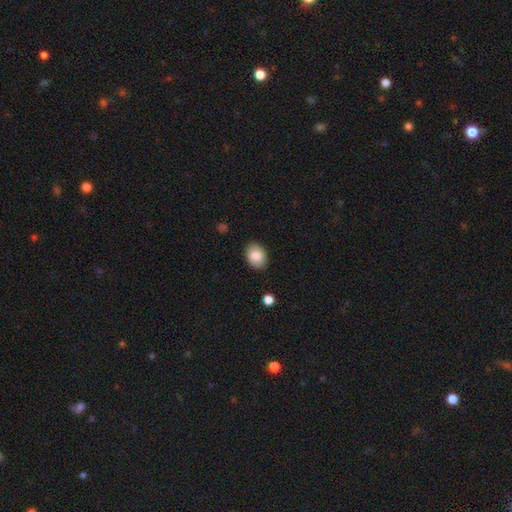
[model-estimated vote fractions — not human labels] This appears to be a smooth galaxy with no disk features (85%) that is in between round and cigar-shaped (75%). Merging: none (87%).